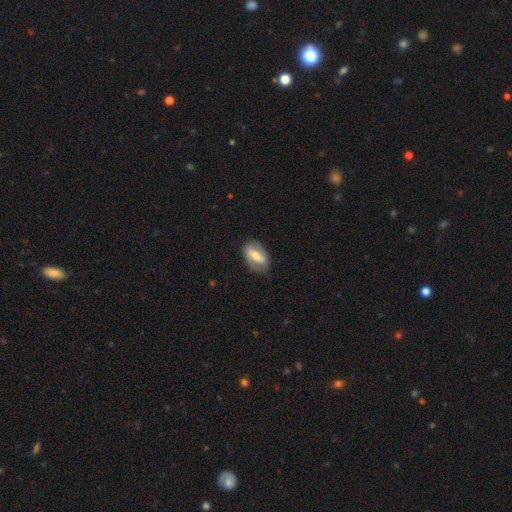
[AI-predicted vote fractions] Q: Smooth or featured?
A: featured or disk (49%); runner-up: smooth (44%)
Q: Merging?
A: none (76%); runner-up: minor disturbance (18%)